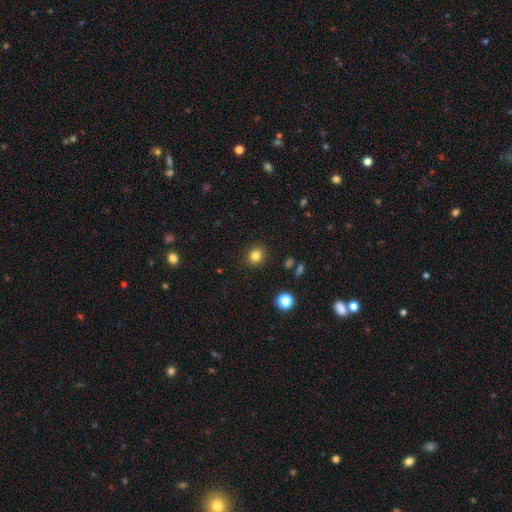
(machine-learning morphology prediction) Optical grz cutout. It shows a smooth galaxy with no disk features (81%) that is round (82%). Merging: none (90%).